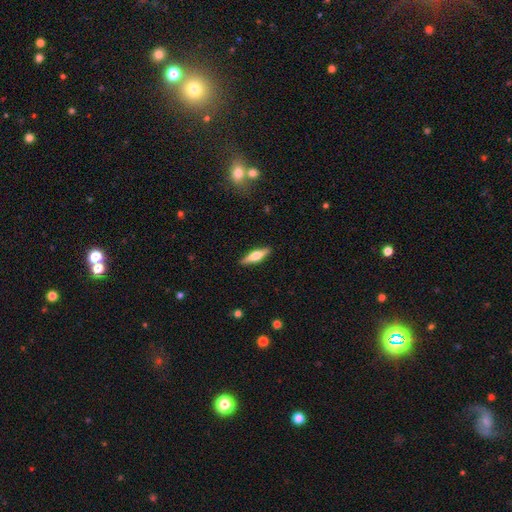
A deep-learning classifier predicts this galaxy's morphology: type=featured or disk (56%); edge-on=yes (96%); edge-on bulge=rounded (91%); merging=none (91%).